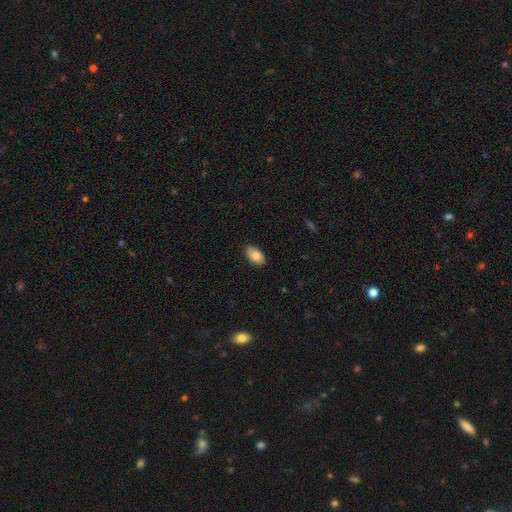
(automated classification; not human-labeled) The model was most divided on "merging": none: 85%, minor disturbance: 12%, major disturbance: 2%, merger: 1%. More confident: how rounded — in between (94%); smooth or featured — smooth (84%).